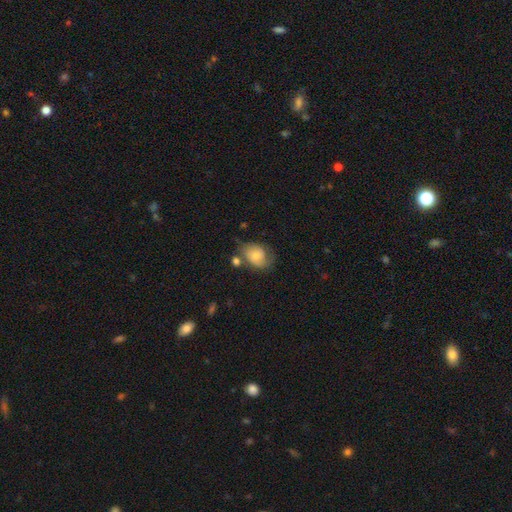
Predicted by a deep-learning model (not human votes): smooth_or_featured: smooth (p=0.63) [alt: featured or disk p=0.29]
how_rounded: in between (p=0.68) [alt: round p=0.31]
merging: none (p=0.49) [alt: minor disturbance p=0.29]